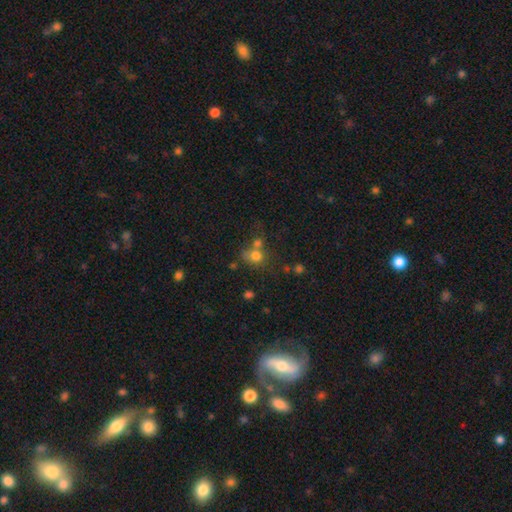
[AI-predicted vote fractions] A smooth galaxy with no disk features (74%) that is round (76%). Merging: none (46%).